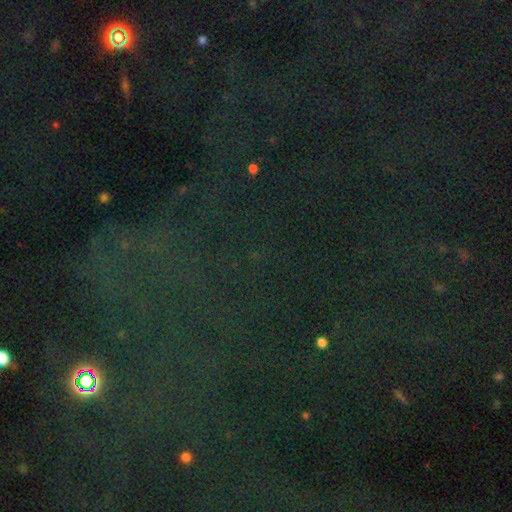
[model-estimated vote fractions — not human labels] A star or artifact, not a galaxy (79%).

Vote fractions:
- Smooth or featured? star or artifact: 79% / smooth: 12% / featured or disk: 9%